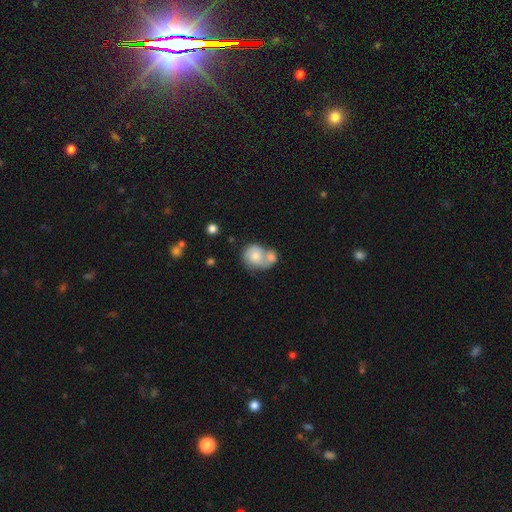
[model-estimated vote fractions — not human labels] Overall: smooth (56%; featured or disk 37%). How rounded: round (71%). Merging: merger (66%).